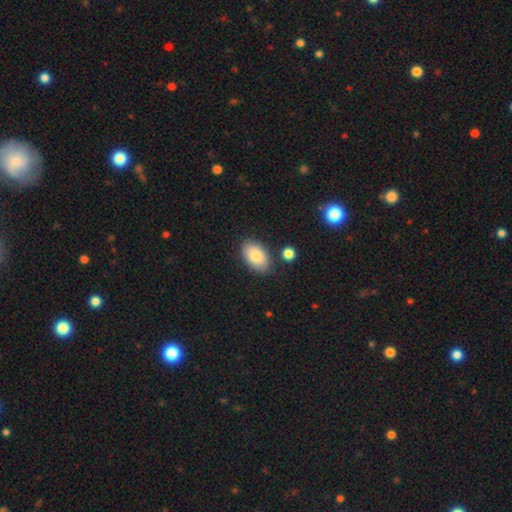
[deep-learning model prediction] Q: Smooth or featured?
A: smooth (83%); runner-up: featured or disk (10%)
Q: How rounded?
A: in between (92%); runner-up: round (7%)
Q: Merging?
A: none (83%); runner-up: minor disturbance (11%)